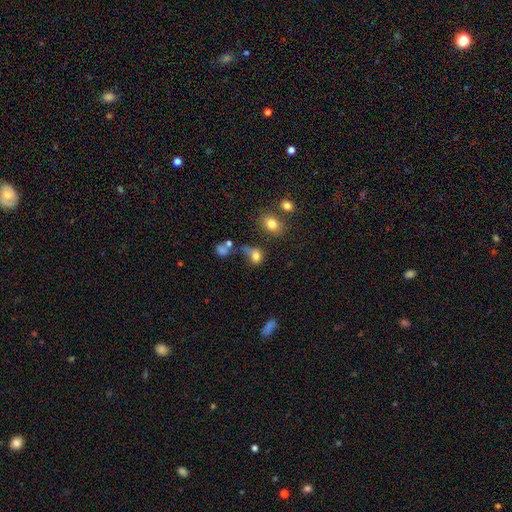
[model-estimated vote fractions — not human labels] A smooth galaxy with no disk features (74%) that is round (51%). Merging: none (39%).